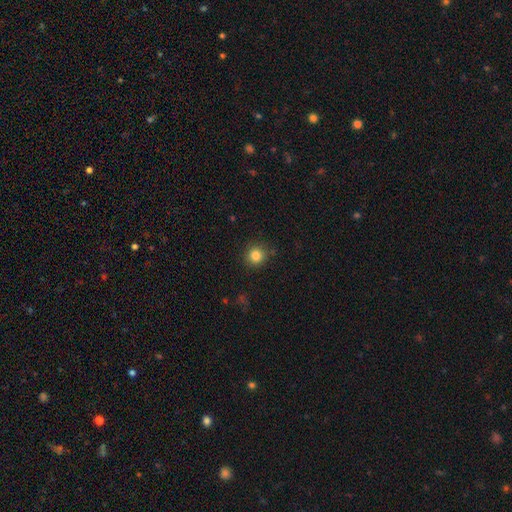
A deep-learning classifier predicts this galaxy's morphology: smooth_or_featured: smooth (p=0.83) [alt: star or artifact p=0.11]
how_rounded: round (p=0.92) [alt: in between p=0.07]
merging: none (p=0.88) [alt: minor disturbance p=0.08]